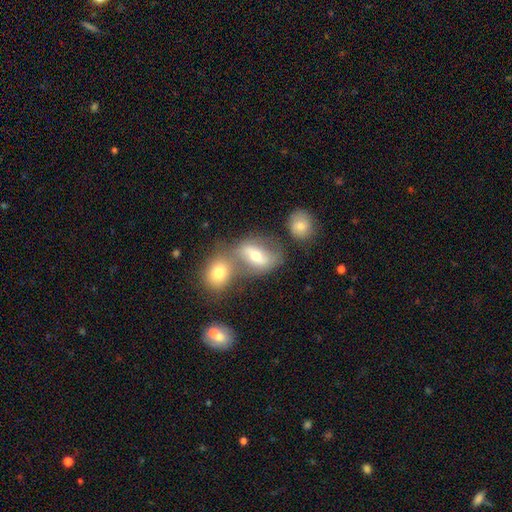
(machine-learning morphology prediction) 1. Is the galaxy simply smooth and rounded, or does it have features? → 53% smooth, 36% featured or disk, 11% star or artifact.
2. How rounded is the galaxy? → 69% in between, 28% round, 3% cigar-shaped.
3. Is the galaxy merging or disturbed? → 43% merger, 38% none, 12% minor disturbance, 6% major disturbance.